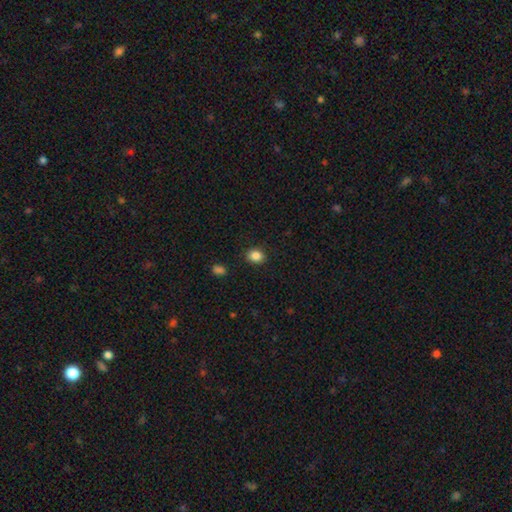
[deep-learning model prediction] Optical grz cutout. It shows a smooth galaxy with no disk features (87%) that is round (58%). Merging: none (88%).